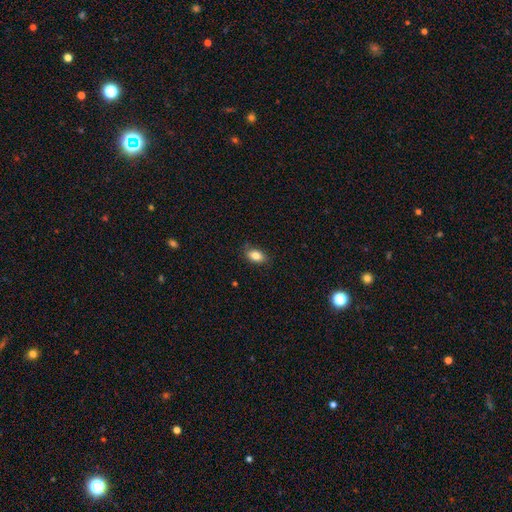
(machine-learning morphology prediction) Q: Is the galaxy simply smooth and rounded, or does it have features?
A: smooth — 83%.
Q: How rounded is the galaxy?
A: in between — 88%.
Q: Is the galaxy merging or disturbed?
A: none — 81%.